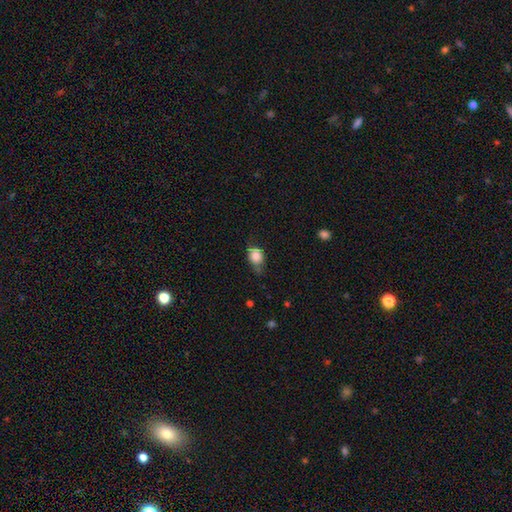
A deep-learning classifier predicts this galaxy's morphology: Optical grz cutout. It shows a smooth galaxy with no disk features (80%) that is in between round and cigar-shaped (55%). Merging: none (51%).